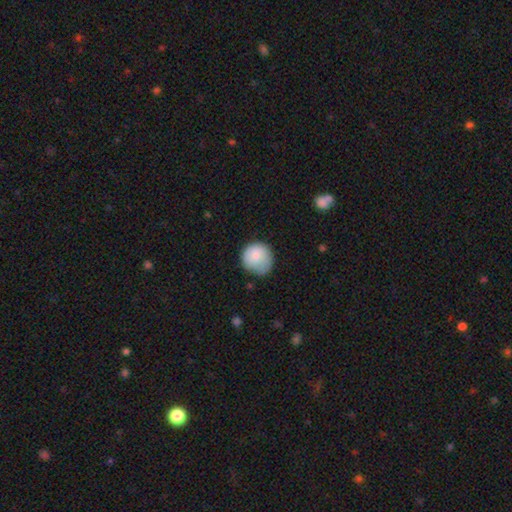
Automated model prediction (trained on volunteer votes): This appears to be a smooth galaxy with no disk features (82%) that is round (89%). Merging: none (62%).